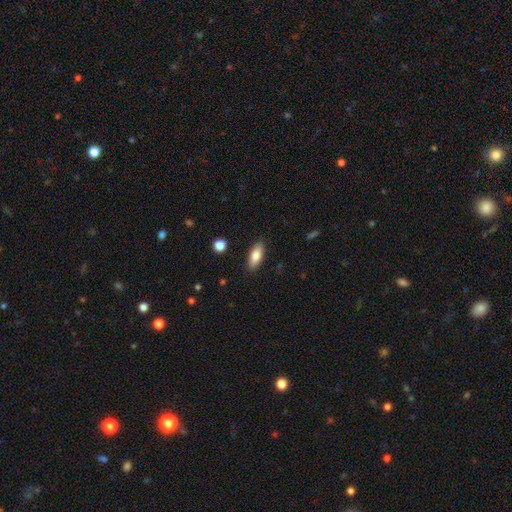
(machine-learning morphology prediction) This is clearly a smooth galaxy (82%). How rounded: likely in between (76%). Merging: clearly none (88%).